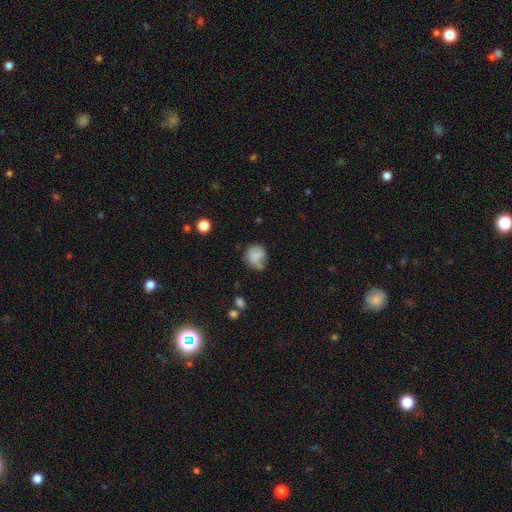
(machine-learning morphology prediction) A smooth galaxy with no disk features (73%) that is round (72%). Merging: none (41%).